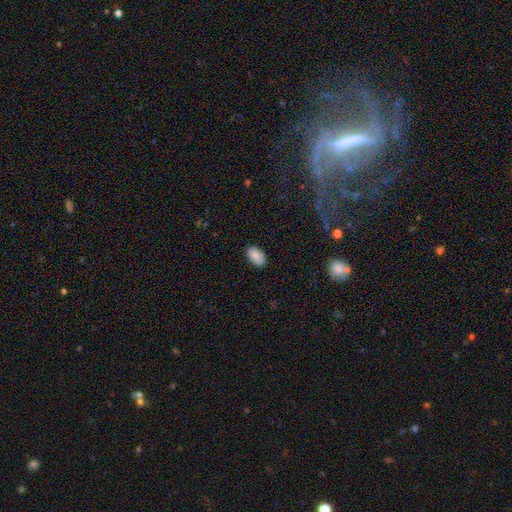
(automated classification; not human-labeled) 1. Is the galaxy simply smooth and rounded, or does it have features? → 86% smooth, 7% star or artifact, 7% featured or disk.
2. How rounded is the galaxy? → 94% in between, 4% round, 2% cigar-shaped.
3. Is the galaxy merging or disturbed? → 85% none, 12% minor disturbance, 2% major disturbance, 1% merger.